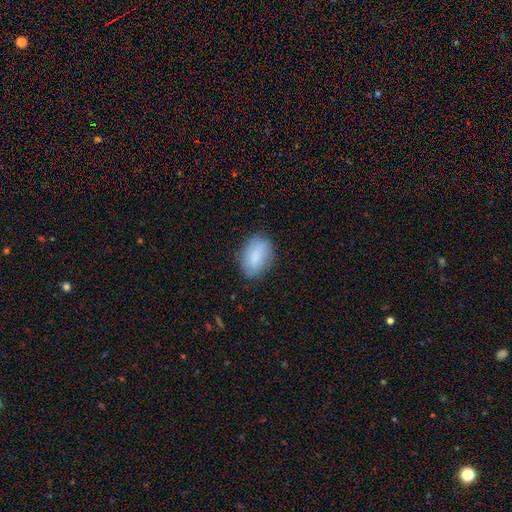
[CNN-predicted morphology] Smooth or featured? smooth (83%)
How rounded? in between (88%)
Merging? none (75%)